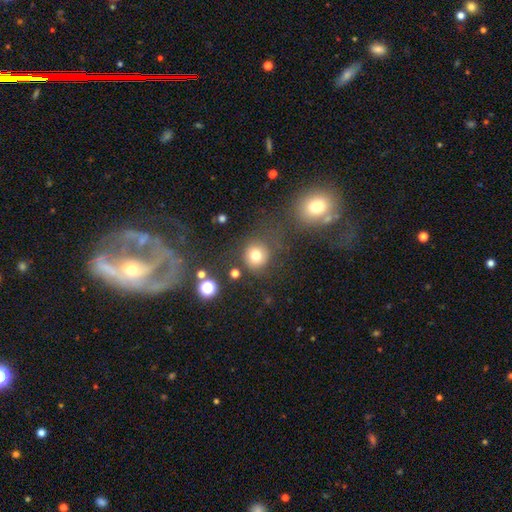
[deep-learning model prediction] A smooth galaxy with no disk features (77%) that is round (88%). Merging: none (70%).